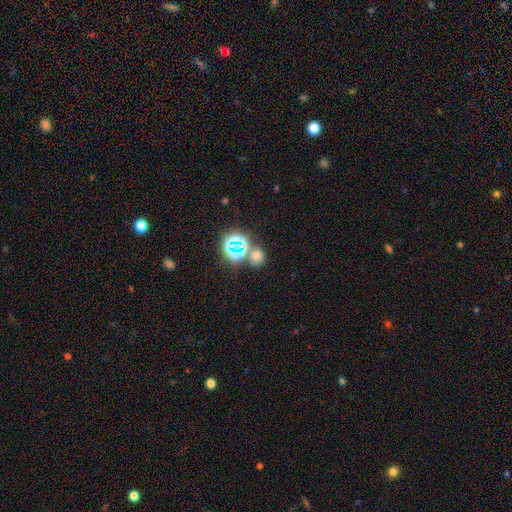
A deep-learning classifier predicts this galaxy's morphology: A smooth galaxy with no disk features (56%) that is round (75%). Merging: none (67%).